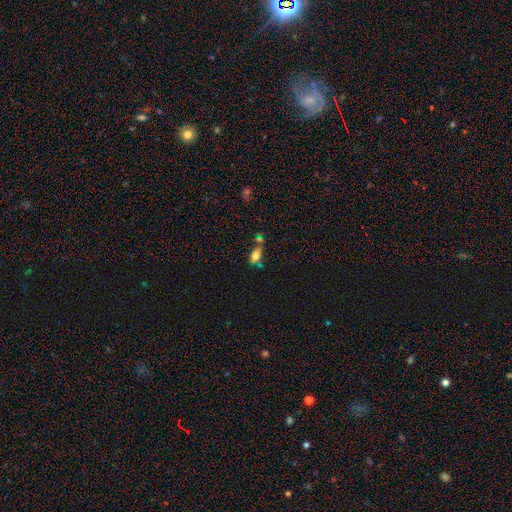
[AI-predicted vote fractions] A smooth galaxy with no disk features (61%) that is in between round and cigar-shaped (73%).

Vote fractions:
- Smooth or featured? smooth: 61% / featured or disk: 25% / star or artifact: 14%
- How rounded? in between: 73% / round: 15% / cigar-shaped: 12%
- Merging? none: 44% / merger: 24% / minor disturbance: 20% / major disturbance: 11%